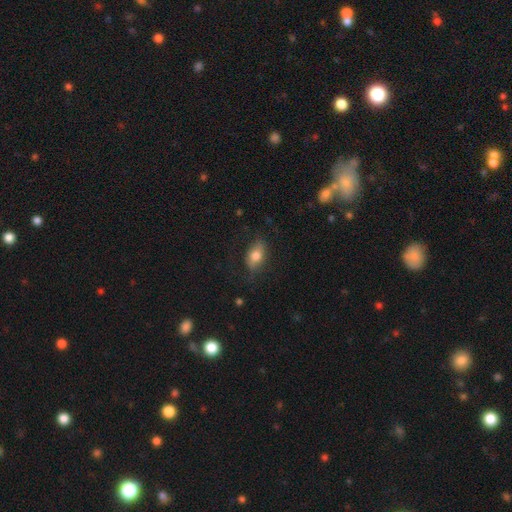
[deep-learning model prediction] Smooth or featured? Predicted: smooth (p=0.73). How rounded? Predicted: in between (p=0.86). Merging? Predicted: none (p=0.75).